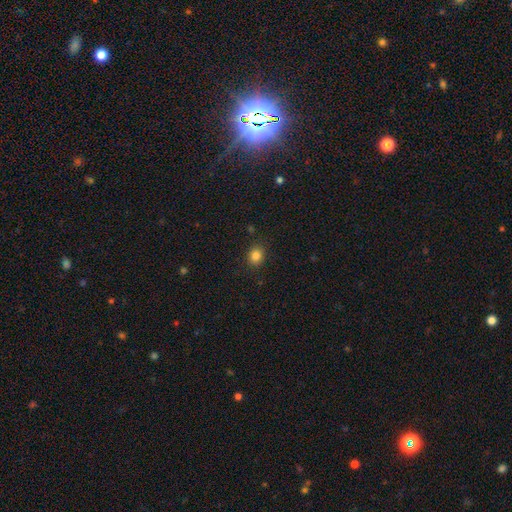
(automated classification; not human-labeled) Smooth or featured?
  - smooth: 84% *
  - star or artifact: 12%
  - featured or disk: 5%
How rounded?
  - round: 64% *
  - in between: 35%
  - cigar-shaped: 1%
Merging?
  - none: 88% *
  - minor disturbance: 9%
  - major disturbance: 2%
  - merger: 1%